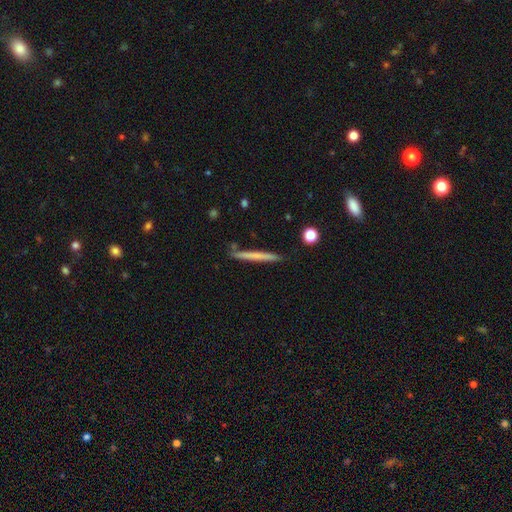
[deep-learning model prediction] This is possibly a smooth galaxy (59%). How rounded: clearly cigar-shaped (97%). Merging: clearly none (86%).